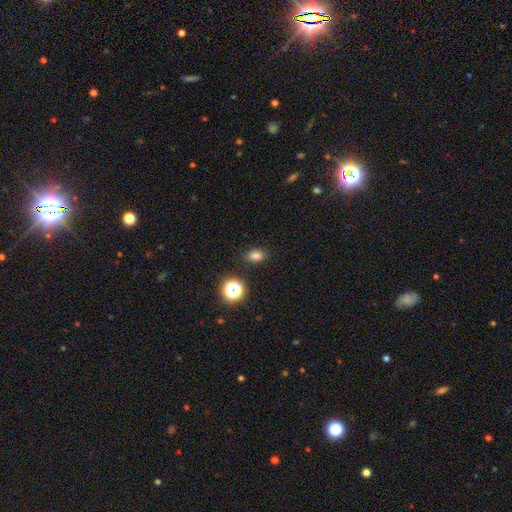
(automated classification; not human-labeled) Smooth or featured? smooth (78%)
How rounded? in between (72%)
Merging? none (85%)